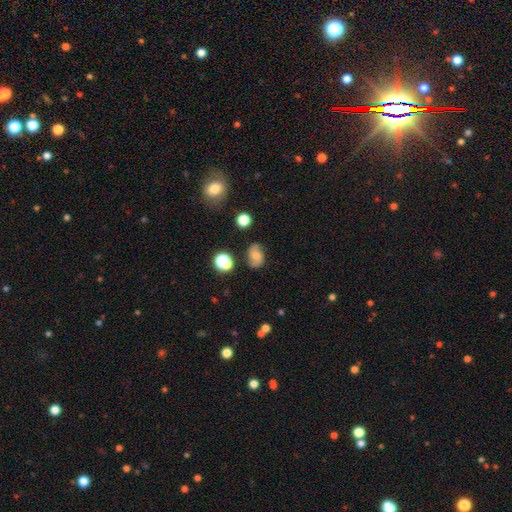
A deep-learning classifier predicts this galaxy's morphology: Smooth or featured: featured or disk — 53% (smooth — 35%)
Edge-on disk: no — 97% (yes — 3%)
Bar: no — 56% (weak — 36%)
Spiral arms: yes — 90% (no — 10%)
Bulge size: moderate — 45% (small — 38%)
Merging: none — 78% (minor disturbance — 15%)